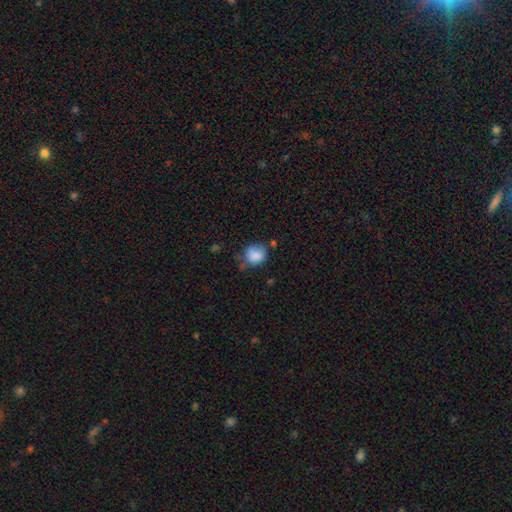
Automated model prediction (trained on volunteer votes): Smooth or featured? Predicted: smooth (p=0.83). How rounded? Predicted: round (p=0.71). Merging? Predicted: none (p=0.50).